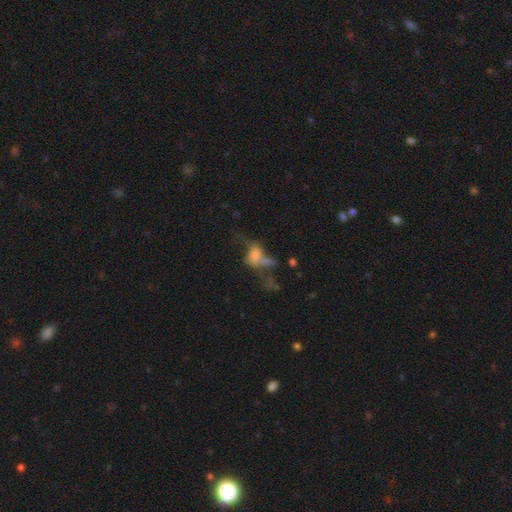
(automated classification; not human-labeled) Smooth or featured? Predicted: smooth (p=0.48). Merging? Predicted: major disturbance (p=0.39).